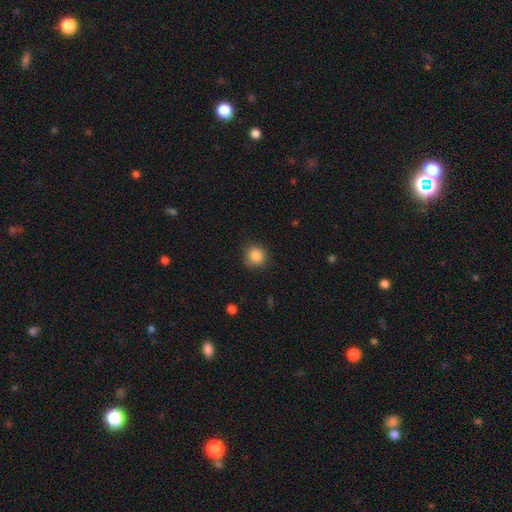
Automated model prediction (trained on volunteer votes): This is clearly a smooth galaxy (85%). How rounded: clearly round (92%). Merging: clearly none (81%).